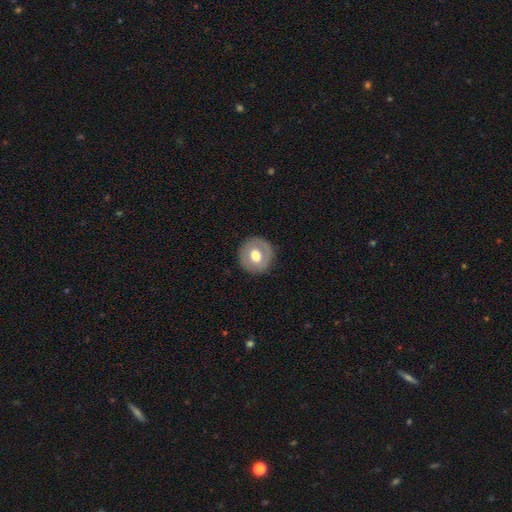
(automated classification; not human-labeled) smooth-or-featured: smooth: 59% | featured or disk: 34% | star or artifact: 7%
  how-rounded: round: 92% | in between: 7% | cigar-shaped: 1%
  merging: none: 89% | minor disturbance: 8% | major disturbance: 3% | merger: 1%